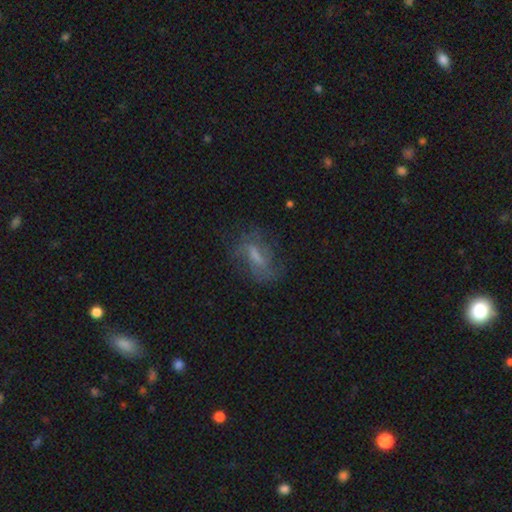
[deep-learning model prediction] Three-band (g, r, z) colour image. It shows a featured or disk galaxy (53%). Merging: none (59%).